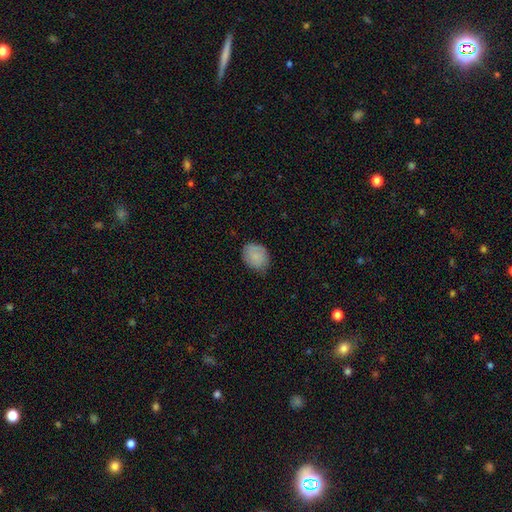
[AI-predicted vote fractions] Smooth or featured? smooth (85%)
How rounded? in between (54%)
Merging? none (66%)